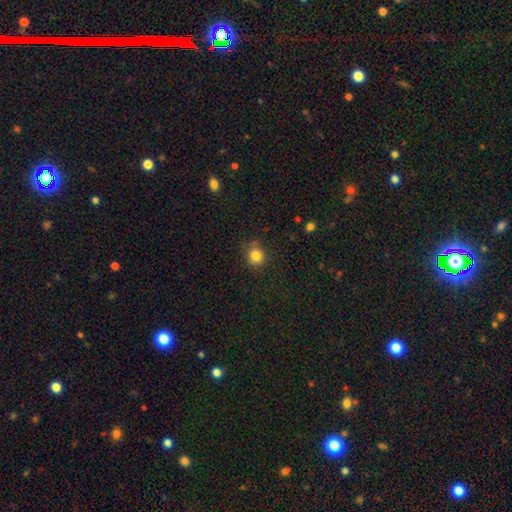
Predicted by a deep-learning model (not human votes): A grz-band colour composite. It shows a smooth galaxy with no disk features (83%) that is round (86%). Merging: none (79%).